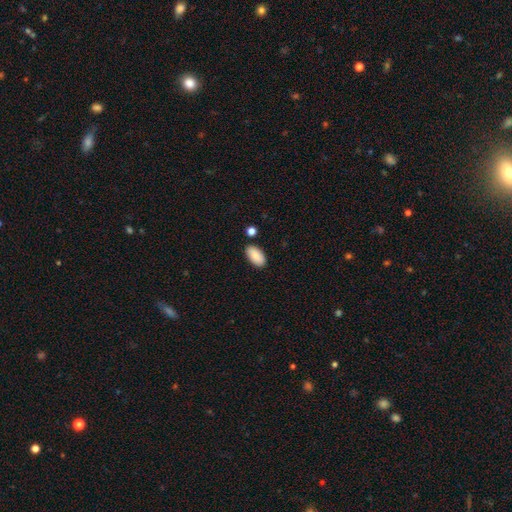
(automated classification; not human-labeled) smooth-or-featured: smooth: 88% | star or artifact: 7% | featured or disk: 6%
  how-rounded: in between: 95% | round: 3% | cigar-shaped: 3%
  merging: none: 84% | minor disturbance: 10% | merger: 4% | major disturbance: 2%